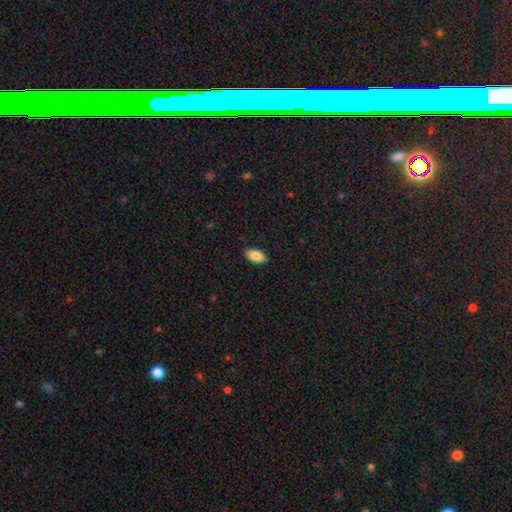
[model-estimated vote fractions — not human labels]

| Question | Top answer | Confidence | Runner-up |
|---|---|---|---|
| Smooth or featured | smooth | 87% | star or artifact (7%) |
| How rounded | in between | 93% | cigar-shaped (4%) |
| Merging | none | 88% | minor disturbance (9%) |